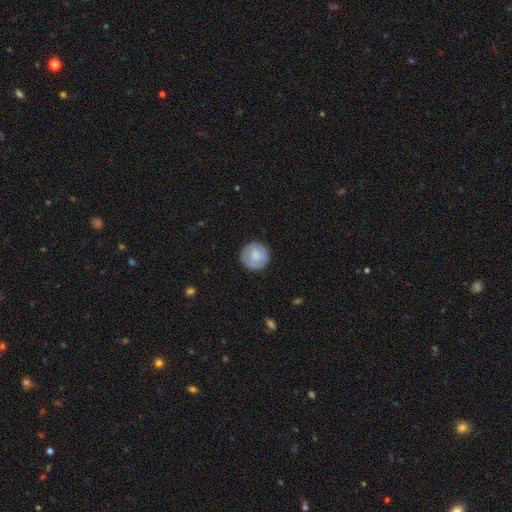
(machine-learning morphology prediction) smooth-or-featured: smooth: 79% | featured or disk: 15% | star or artifact: 6%
  how-rounded: round: 95% | in between: 4% | cigar-shaped: 1%
  merging: none: 87% | minor disturbance: 10% | major disturbance: 3% | merger: 1%